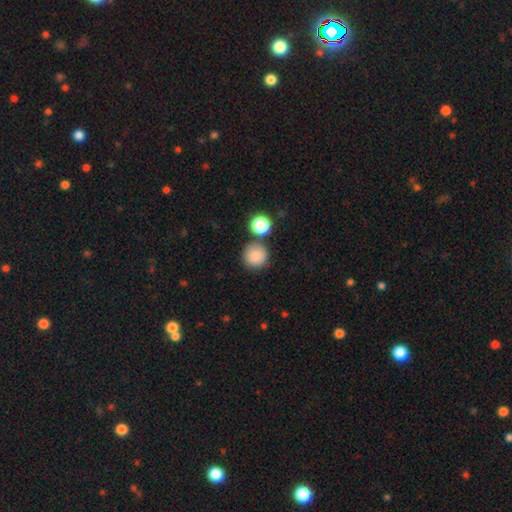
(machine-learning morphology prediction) smooth 86%, star or artifact 10%, featured or disk 4%. Down the decision tree: how rounded — round (94%); merging — none (80%).